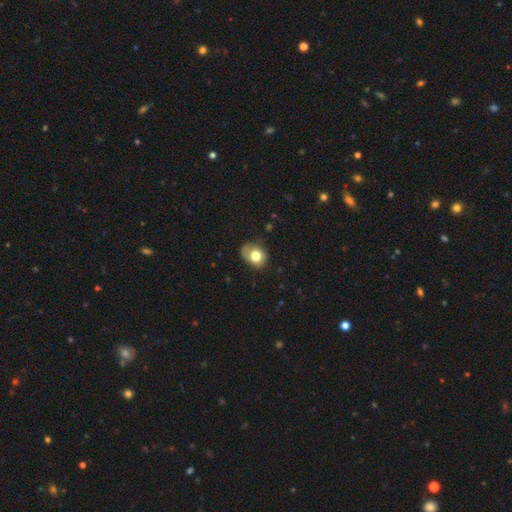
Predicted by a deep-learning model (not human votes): Smooth or featured: smooth — 73% (featured or disk — 17%)
How rounded: round — 54% (in between — 45%)
Merging: none — 55% (minor disturbance — 31%)